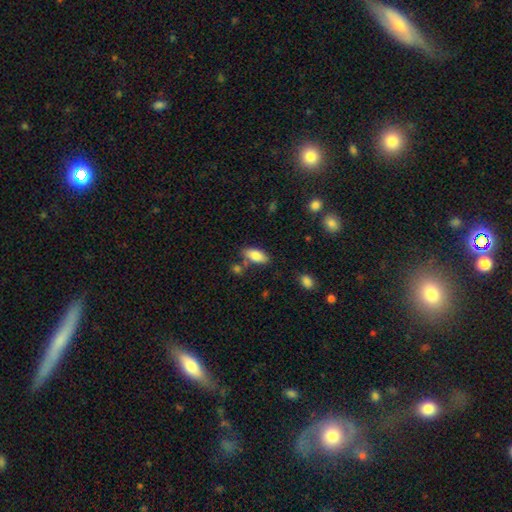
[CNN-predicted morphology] This appears to be a smooth galaxy with no disk features (82%) that is in between round and cigar-shaped (87%). Merging: none (73%).